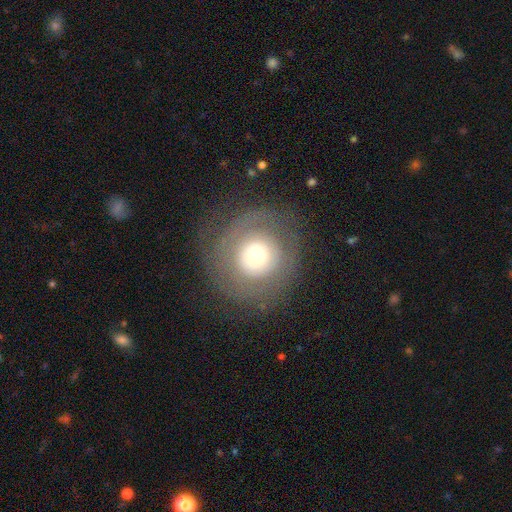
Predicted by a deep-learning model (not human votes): Smooth or featured? smooth (46%)
Merging? none (75%)